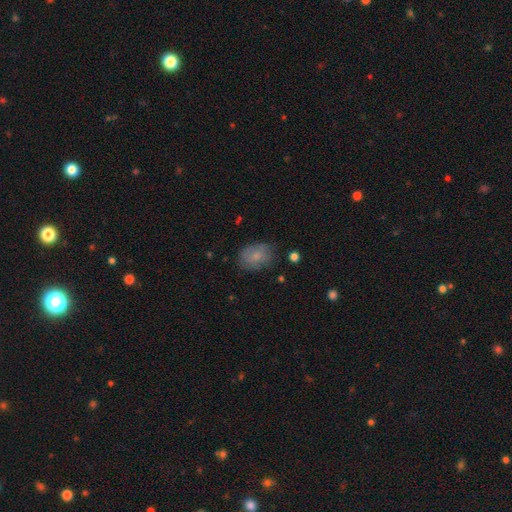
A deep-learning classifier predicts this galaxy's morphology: A smooth galaxy with no disk features (76%) that is in between round and cigar-shaped (75%).

Vote fractions:
- Smooth or featured? smooth: 76% / featured or disk: 15% / star or artifact: 8%
- How rounded? in between: 75% / round: 24% / cigar-shaped: 1%
- Merging? none: 72% / minor disturbance: 20% / major disturbance: 6% / merger: 2%